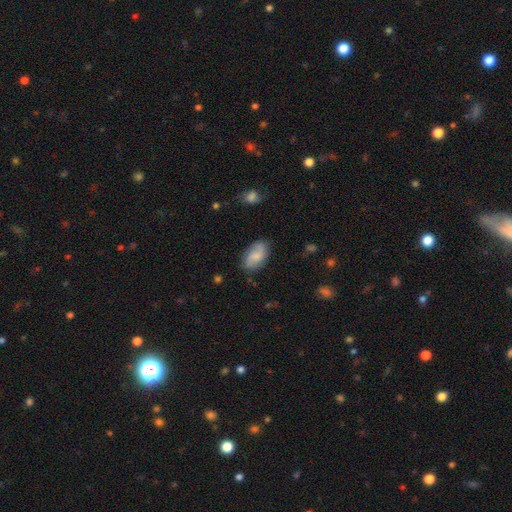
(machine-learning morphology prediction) Smooth or featured? smooth (57%)
How rounded? in between (92%)
Merging? none (77%)